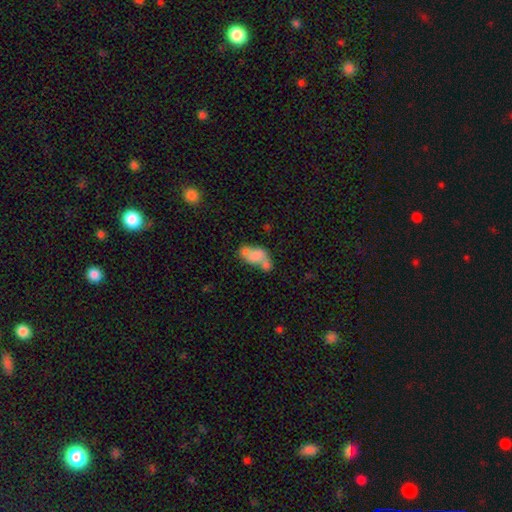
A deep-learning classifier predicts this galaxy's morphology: smooth-or-featured: smooth: 62% | featured or disk: 28% | star or artifact: 10%
  how-rounded: in between: 87% | round: 10% | cigar-shaped: 3%
  merging: merger: 53% | none: 23% | minor disturbance: 13% | major disturbance: 10%